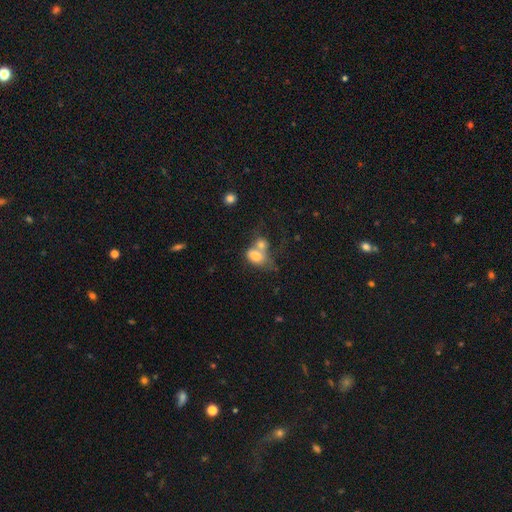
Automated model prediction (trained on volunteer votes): Smooth or featured: smooth — 73% (featured or disk — 18%)
How rounded: in between — 73% (round — 26%)
Merging: merger — 62% (none — 19%)